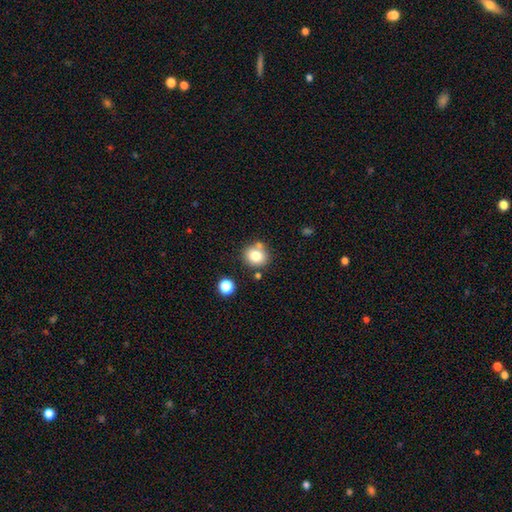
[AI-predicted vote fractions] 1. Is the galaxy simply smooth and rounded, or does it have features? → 79% smooth, 11% star or artifact, 10% featured or disk.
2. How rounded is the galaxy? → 82% round, 17% in between, 1% cigar-shaped.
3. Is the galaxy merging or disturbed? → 70% none, 14% merger, 12% minor disturbance, 3% major disturbance.